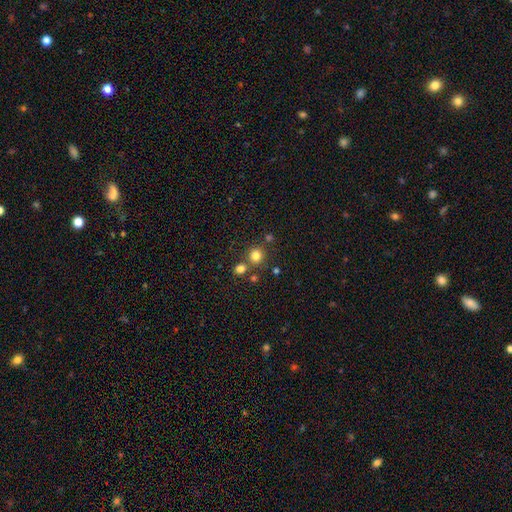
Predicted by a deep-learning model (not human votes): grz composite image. It shows a smooth galaxy with no disk features (79%) that is round (91%). Merging: none (74%).